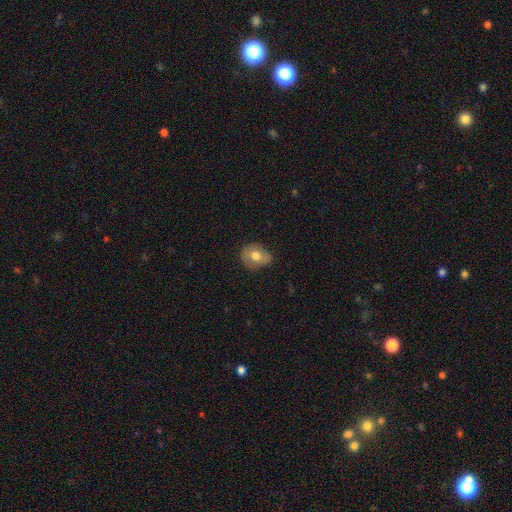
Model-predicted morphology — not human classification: The model was most divided on "how rounded": in between: 53%, round: 46%, cigar-shaped: 1%. More confident: smooth or featured — smooth (68%); merging — none (67%).